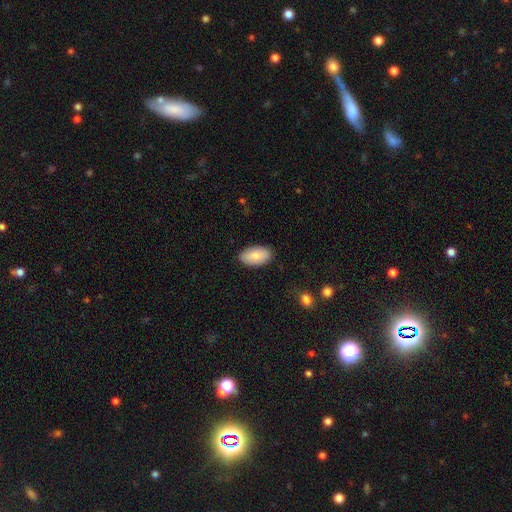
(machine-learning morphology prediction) Overall: smooth (81%). How rounded: in between (95%). Merging: none (86%).